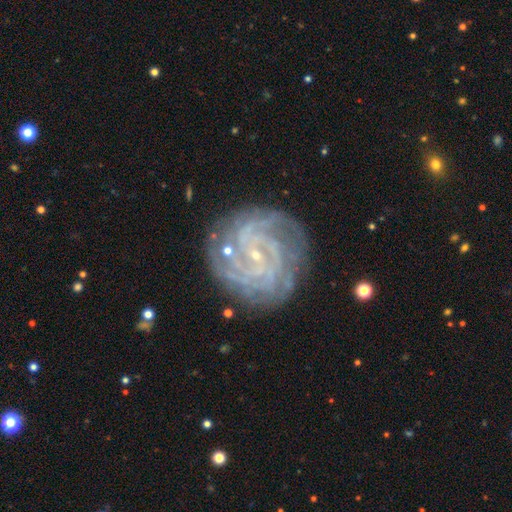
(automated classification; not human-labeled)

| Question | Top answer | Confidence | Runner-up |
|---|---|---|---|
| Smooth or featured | featured or disk | 88% | star or artifact (6%) |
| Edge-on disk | no | 98% | yes (2%) |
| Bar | no | 57% | weak (31%) |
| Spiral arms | yes | 98% | no (2%) |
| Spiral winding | tight | 75% | medium (21%) |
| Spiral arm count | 4 | 26% | can't tell (20%) |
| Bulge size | small | 88% | moderate (6%) |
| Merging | none | 80% | minor disturbance (14%) |